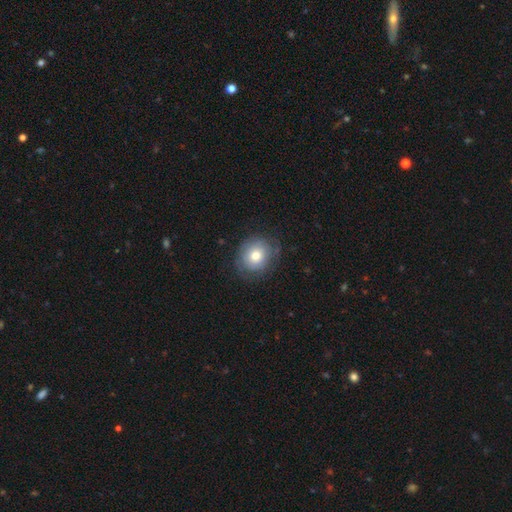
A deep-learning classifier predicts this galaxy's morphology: Smooth or featured? Predicted: smooth (p=0.66). How rounded? Predicted: round (p=0.77). Merging? Predicted: none (p=0.73).